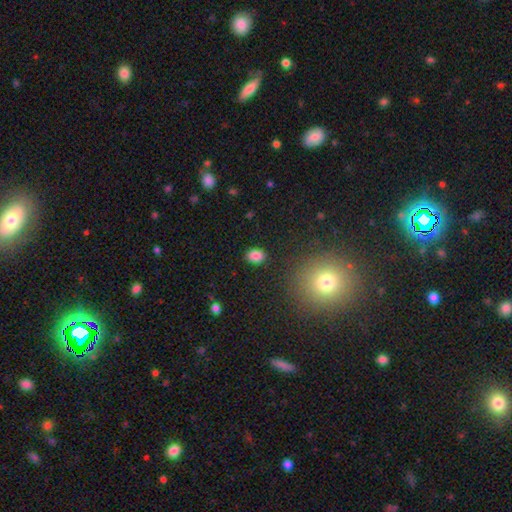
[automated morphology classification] Smooth or featured: smooth — 85% (star or artifact — 10%)
How rounded: in between — 67% (round — 32%)
Merging: none — 88% (minor disturbance — 8%)